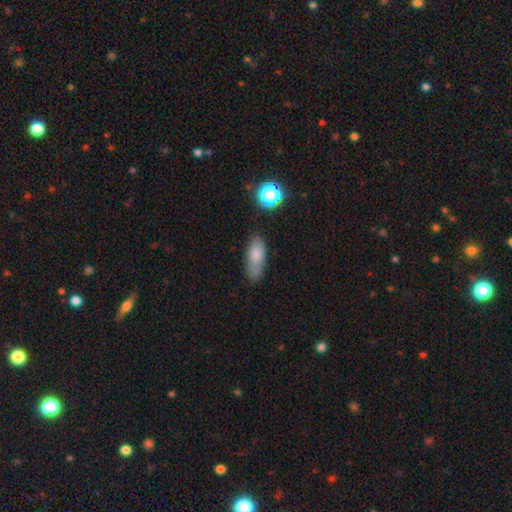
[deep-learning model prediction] Smooth or featured? Predicted: smooth (p=0.76). How rounded? Predicted: in between (p=0.73). Merging? Predicted: none (p=0.67).